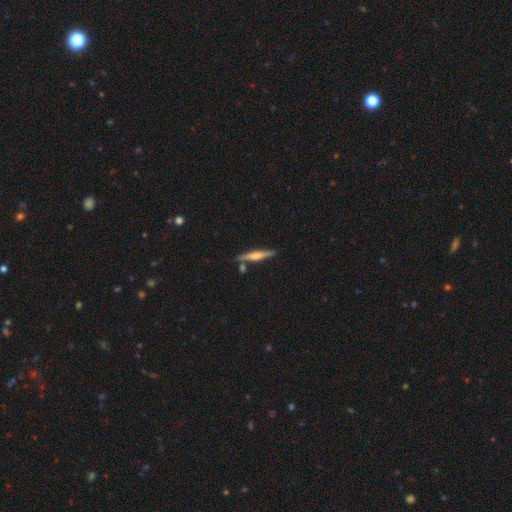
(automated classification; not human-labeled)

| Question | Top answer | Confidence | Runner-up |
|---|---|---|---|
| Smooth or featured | featured or disk | 68% | smooth (26%) |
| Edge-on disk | yes | 97% | no (3%) |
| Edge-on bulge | rounded | 80% | boxy (11%) |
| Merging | none | 84% | minor disturbance (9%) |